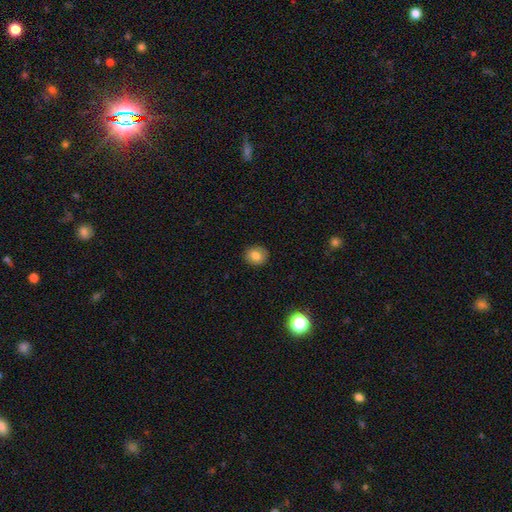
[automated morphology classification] smooth-or-featured: smooth: 78% | featured or disk: 12% | star or artifact: 10%
  how-rounded: round: 74% | in between: 25% | cigar-shaped: 1%
  merging: none: 88% | minor disturbance: 9% | major disturbance: 2% | merger: 1%